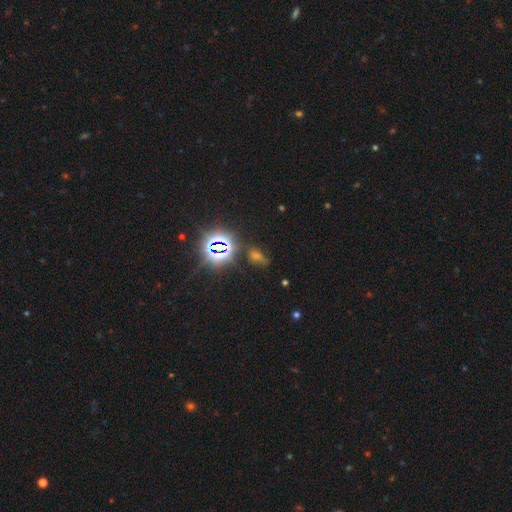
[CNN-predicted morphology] Smooth or featured? Predicted: star or artifact (p=0.62).